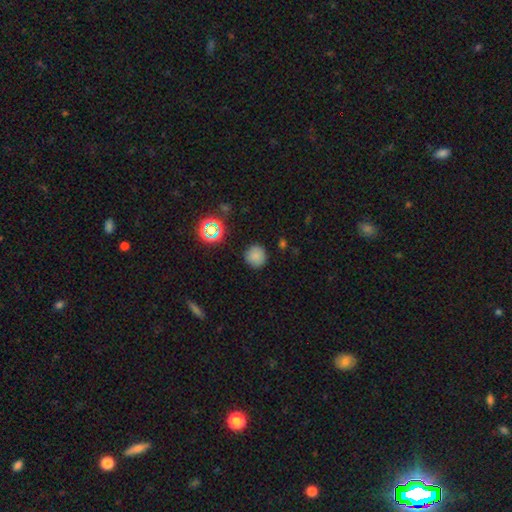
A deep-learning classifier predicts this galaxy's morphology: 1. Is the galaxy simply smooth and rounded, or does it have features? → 78% smooth, 15% star or artifact, 6% featured or disk.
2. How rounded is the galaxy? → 93% round, 6% in between, 1% cigar-shaped.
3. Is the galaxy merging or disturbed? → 86% none, 10% minor disturbance, 3% major disturbance, 2% merger.